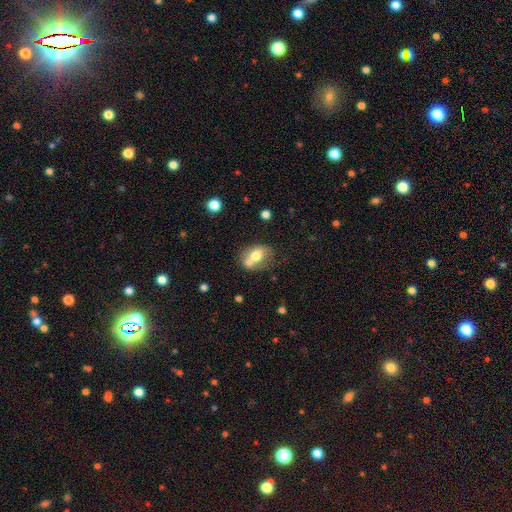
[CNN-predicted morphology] Q: Smooth or featured?
A: smooth (63%); runner-up: featured or disk (28%)
Q: How rounded?
A: in between (69%); runner-up: round (29%)
Q: Merging?
A: none (40%); tied with: merger (40%)